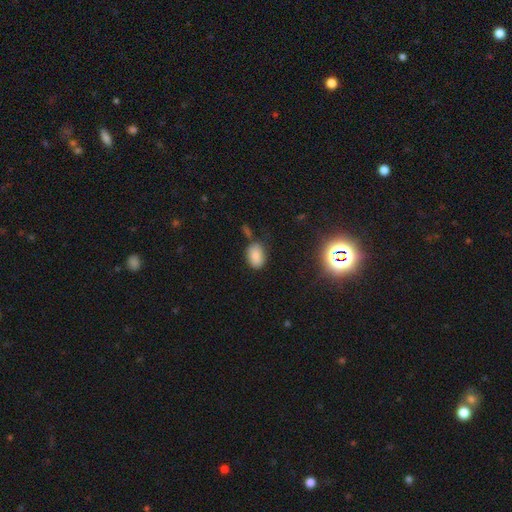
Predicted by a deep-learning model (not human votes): A smooth galaxy with no disk features (83%) that is in between round and cigar-shaped (82%).

Vote fractions:
- Smooth or featured? smooth: 83% / star or artifact: 11% / featured or disk: 6%
- How rounded? in between: 82% / round: 16% / cigar-shaped: 1%
- Merging? none: 70% / minor disturbance: 19% / merger: 7% / major disturbance: 5%